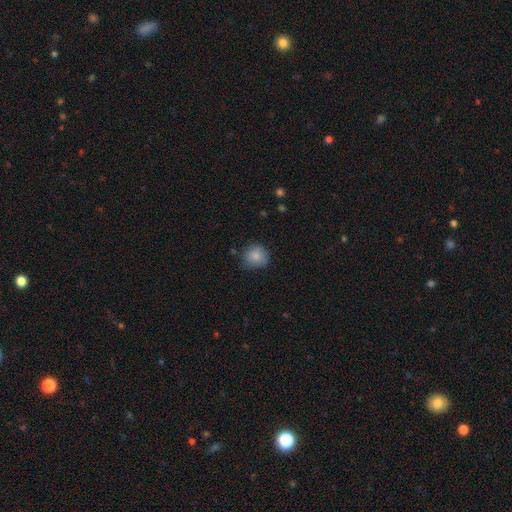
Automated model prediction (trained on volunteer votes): Smooth or featured? smooth (83%)
How rounded? round (85%)
Merging? none (71%)